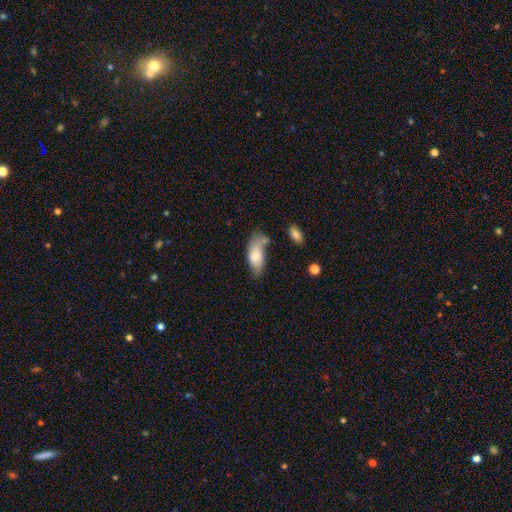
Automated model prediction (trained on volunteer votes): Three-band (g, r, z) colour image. It shows a smooth galaxy with no disk features (71%) that is in between round and cigar-shaped (89%). Merging: none (36%).